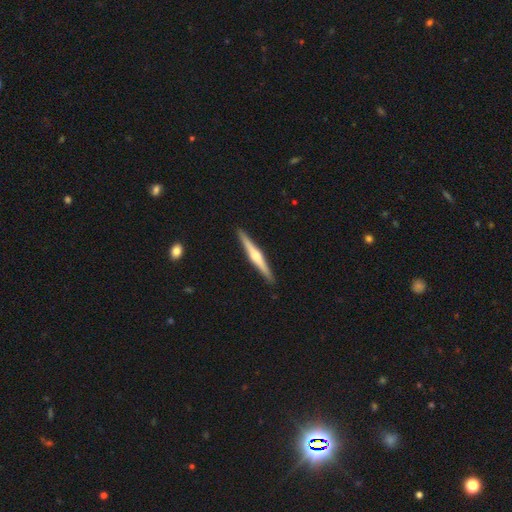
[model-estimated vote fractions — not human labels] This appears to be a featured or disk galaxy (74%) viewed edge-on (98%) with a rounded central bulge (88%). Merging: none (92%).